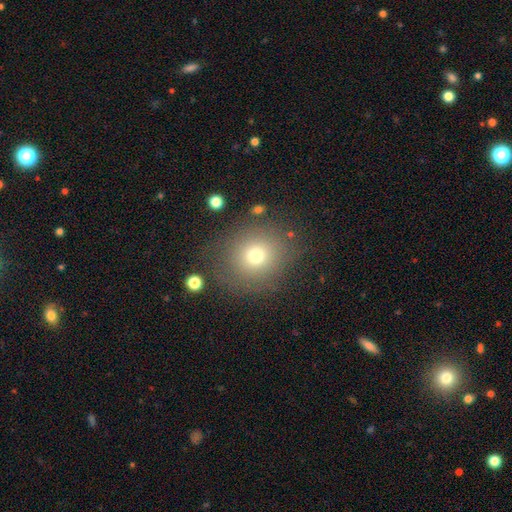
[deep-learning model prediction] A smooth galaxy with no disk features (71%) that is round (85%). Merging: none (81%).